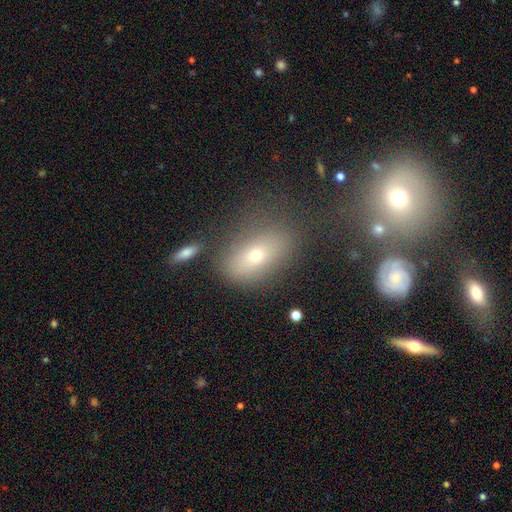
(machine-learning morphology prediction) Q: Smooth or featured?
A: smooth (64%); runner-up: featured or disk (21%)
Q: How rounded?
A: in between (72%); runner-up: round (25%)
Q: Merging?
A: none (62%); runner-up: minor disturbance (17%)